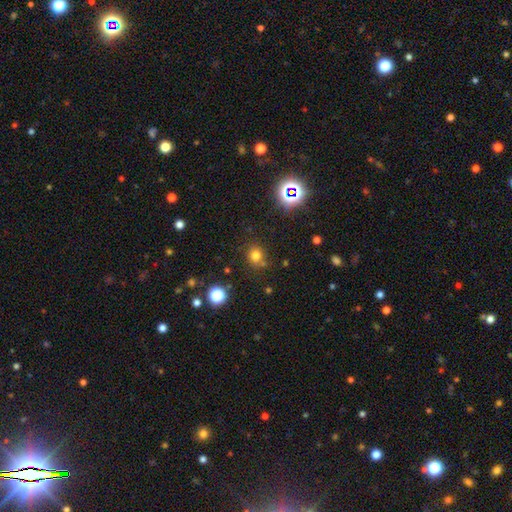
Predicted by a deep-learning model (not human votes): Overall: smooth (73%). How rounded: round (81%). Merging: none (76%).